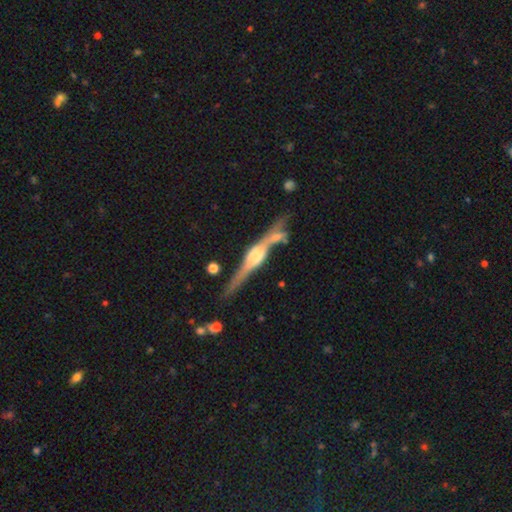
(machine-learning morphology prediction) The model was most divided on "merging": none: 66%, merger: 15%, minor disturbance: 14%, major disturbance: 5%. More confident: edge-on disk — yes (96%); edge-on bulge — rounded (85%); smooth or featured — featured or disk (84%).